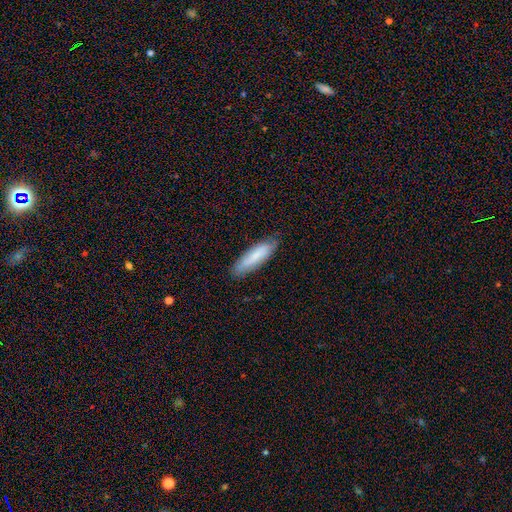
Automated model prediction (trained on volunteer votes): smooth-or-featured: smooth: 77% | featured or disk: 17% | star or artifact: 6%
  how-rounded: cigar-shaped: 59% | in between: 40% | round: 1%
  merging: none: 81% | minor disturbance: 15% | major disturbance: 3% | merger: 1%